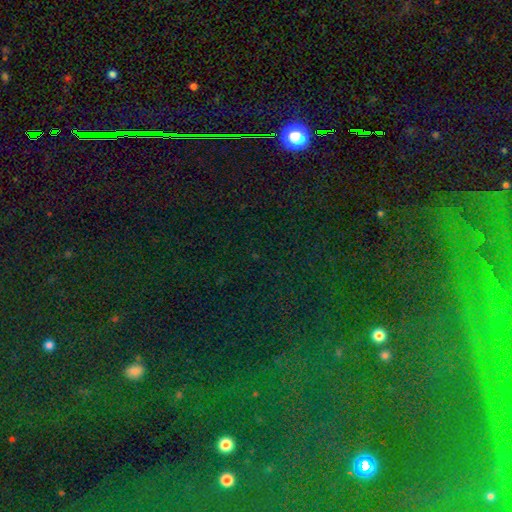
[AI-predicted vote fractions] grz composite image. It shows a star or artifact, not a galaxy (82%).